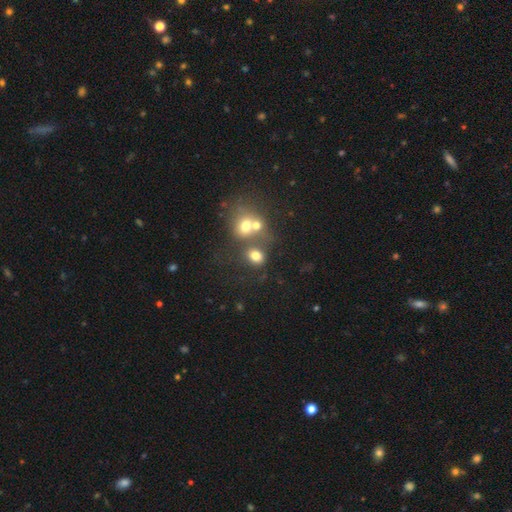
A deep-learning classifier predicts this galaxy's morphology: Overall: smooth (73%). How rounded: round (57%; in between 41%). Merging: none (47%; merger 35%).